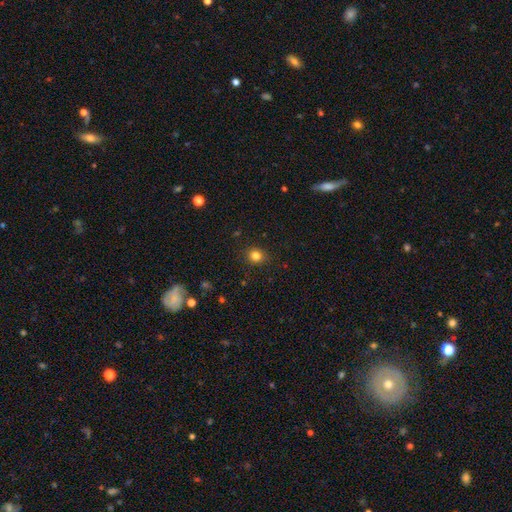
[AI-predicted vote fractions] This appears to be a smooth galaxy with no disk features (81%) that is round (81%). Merging: none (89%).